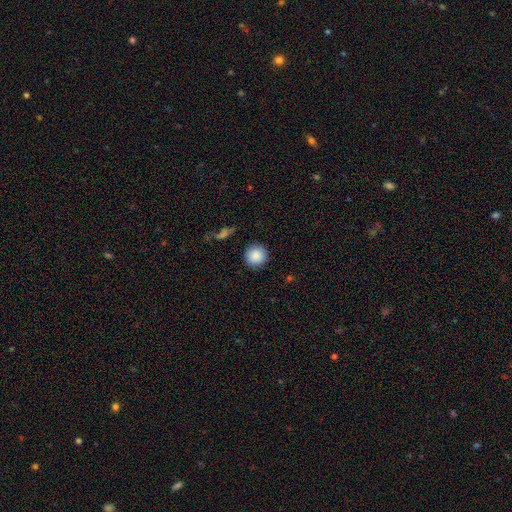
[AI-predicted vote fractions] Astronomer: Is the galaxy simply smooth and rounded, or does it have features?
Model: smooth — 88%.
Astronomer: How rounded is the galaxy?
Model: round — 93%.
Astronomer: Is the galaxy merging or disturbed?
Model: none — 90%.